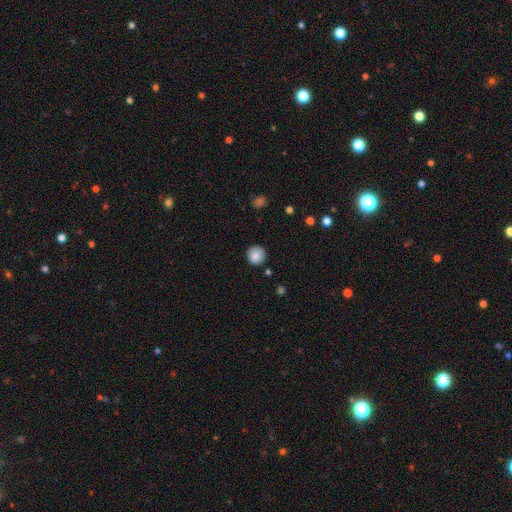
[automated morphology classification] smooth-or-featured: smooth: 86% | star or artifact: 9% | featured or disk: 5%
  how-rounded: round: 94% | in between: 5% | cigar-shaped: 1%
  merging: none: 87% | minor disturbance: 9% | major disturbance: 2% | merger: 1%